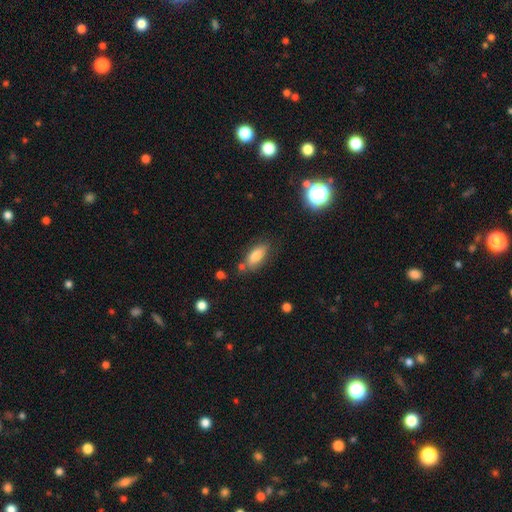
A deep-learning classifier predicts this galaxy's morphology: Q: Smooth or featured?
A: smooth (80%); runner-up: featured or disk (12%)
Q: How rounded?
A: in between (81%); runner-up: cigar-shaped (16%)
Q: Merging?
A: none (70%); runner-up: minor disturbance (18%)